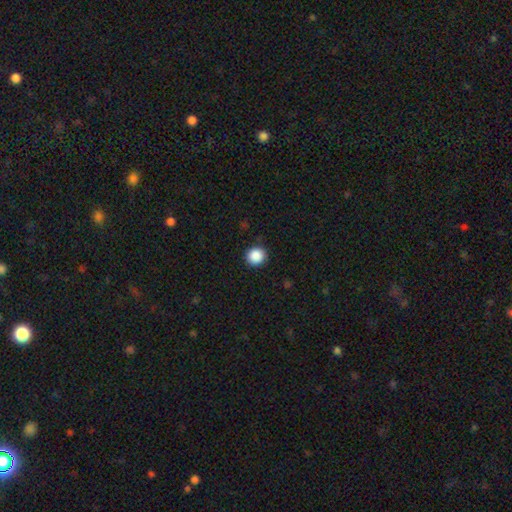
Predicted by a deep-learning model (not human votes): smooth_or_featured: smooth (p=0.88) [alt: star or artifact p=0.09]
how_rounded: round (p=0.91) [alt: in between p=0.08]
merging: none (p=0.91) [alt: minor disturbance p=0.06]